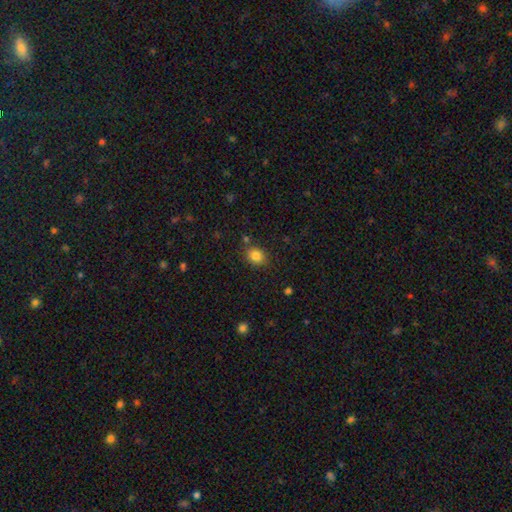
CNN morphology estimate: The model was most divided on "how rounded": round: 58%, in between: 41%, cigar-shaped: 1%. More confident: smooth or featured — smooth (84%); merging — none (80%).